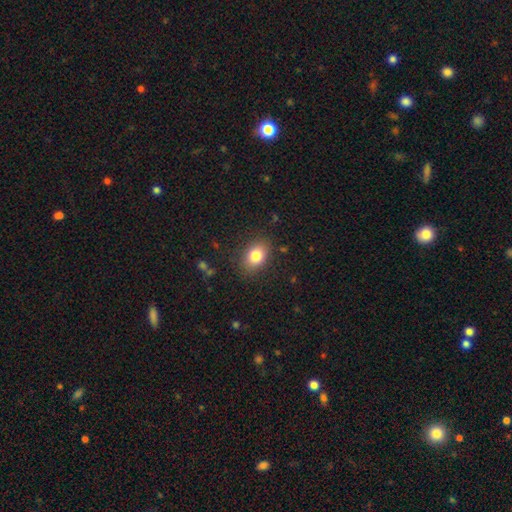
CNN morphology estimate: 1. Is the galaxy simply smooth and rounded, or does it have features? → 82% smooth, 9% star or artifact, 9% featured or disk.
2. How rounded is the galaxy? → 74% in between, 25% round, 1% cigar-shaped.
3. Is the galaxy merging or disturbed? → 85% none, 11% minor disturbance, 3% major disturbance, 1% merger.